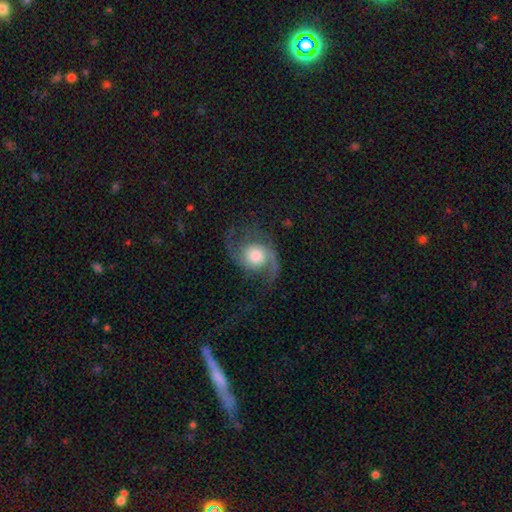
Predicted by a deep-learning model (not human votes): Smooth or featured? Predicted: featured or disk (p=0.83). Edge-on disk? Predicted: no (p=0.98). Bar? Predicted: no (p=0.75). Spiral arms? Predicted: yes (p=0.96). Spiral winding? Predicted: medium (p=0.46). Spiral arm count? Predicted: 2 (p=0.90). Bulge size? Predicted: large (p=0.44). Merging? Predicted: none (p=0.66).